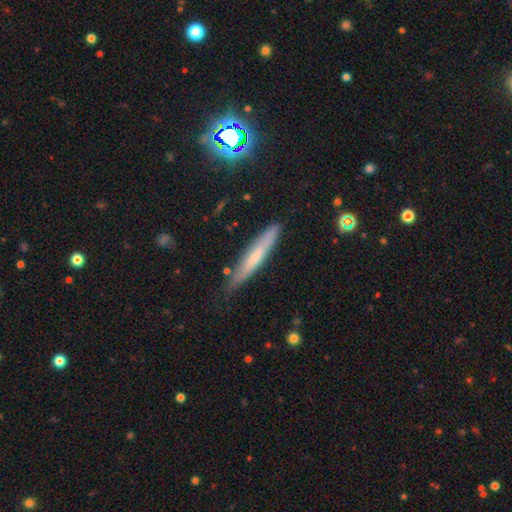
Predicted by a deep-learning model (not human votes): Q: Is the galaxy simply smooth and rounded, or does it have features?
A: smooth — 56%.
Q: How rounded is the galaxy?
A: cigar-shaped — 93%.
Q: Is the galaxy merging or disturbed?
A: none — 82%.